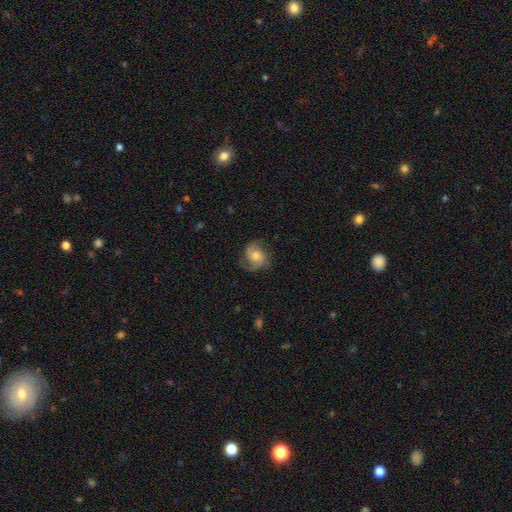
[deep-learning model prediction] A featured or disk galaxy (71%) with no bar (72%), 2 (65%) medium (46%) spiral arms (94%) and a moderate central bulge (62%).

Vote fractions:
- Smooth or featured? featured or disk: 71% / smooth: 22% / star or artifact: 8%
- Edge-on disk? no: 97% / yes: 3%
- Bar? no: 72% / weak: 23% / strong: 4%
- Spiral arms? yes: 94% / no: 6%
- Spiral winding? medium: 46% / tight: 33% / loose: 21%
- Spiral arm count? 2: 65% / 3: 15% / can't tell: 11% / 1: 5% / 4: 2% / more than 4: 2%
- Bulge size? moderate: 62% / small: 31% / large: 5% / none: 2% / dominant: 1%
- Merging? none: 71% / minor disturbance: 19% / major disturbance: 9% / merger: 1%